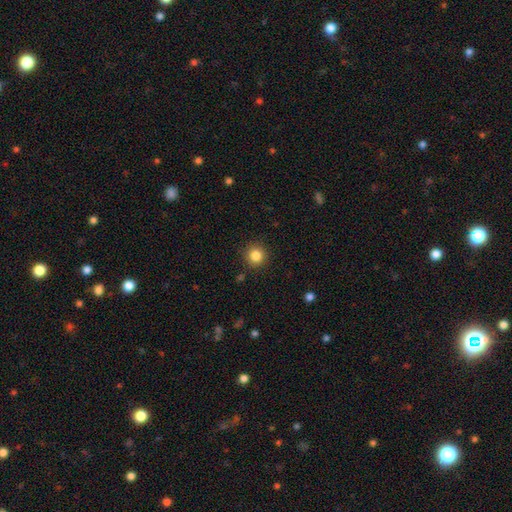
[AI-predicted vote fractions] smooth 84%, star or artifact 11%, featured or disk 5%. Down the decision tree: how rounded — round (94%); merging — none (90%).